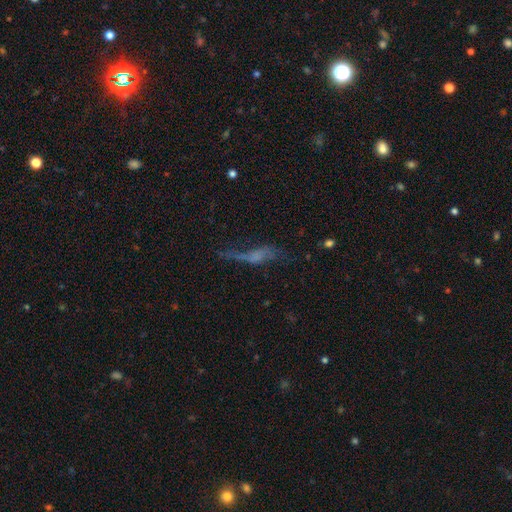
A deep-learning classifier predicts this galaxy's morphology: Smooth or featured?
  - featured or disk: 49% *
  - smooth: 33%
  - star or artifact: 18%
Merging?
  - major disturbance: 36% *
  - none: 35%
  - minor disturbance: 22%
  - merger: 6%